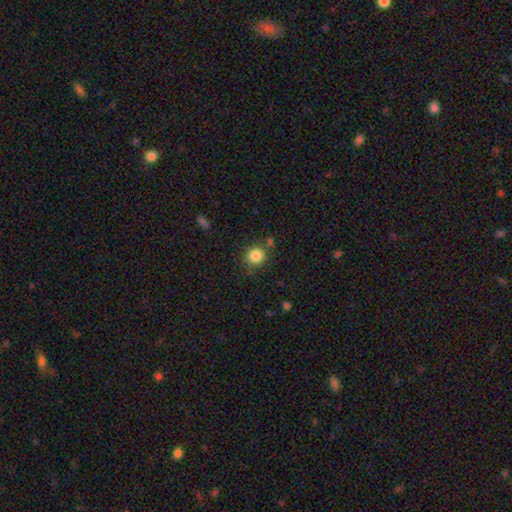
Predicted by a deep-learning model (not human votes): Smooth or featured? smooth (85%)
How rounded? round (87%)
Merging? none (78%)